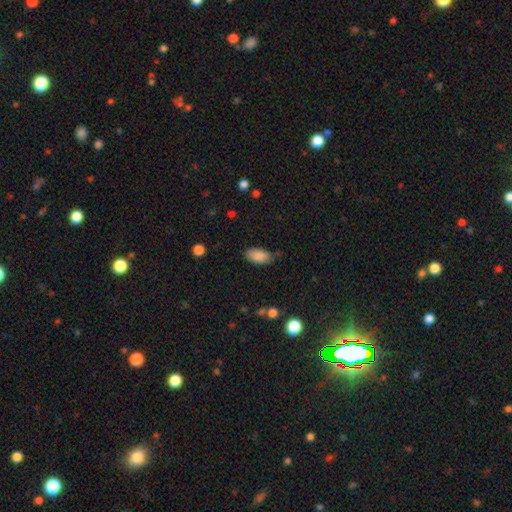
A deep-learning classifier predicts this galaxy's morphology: Smooth or featured? Predicted: smooth (p=0.87). How rounded? Predicted: in between (p=0.94). Merging? Predicted: none (p=0.78).